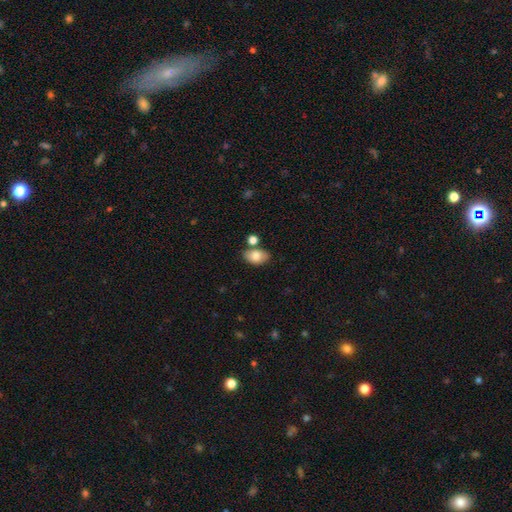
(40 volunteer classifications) This is clearly a smooth galaxy (80%). How rounded: clearly in between (81%). Merging: likely none (68%).